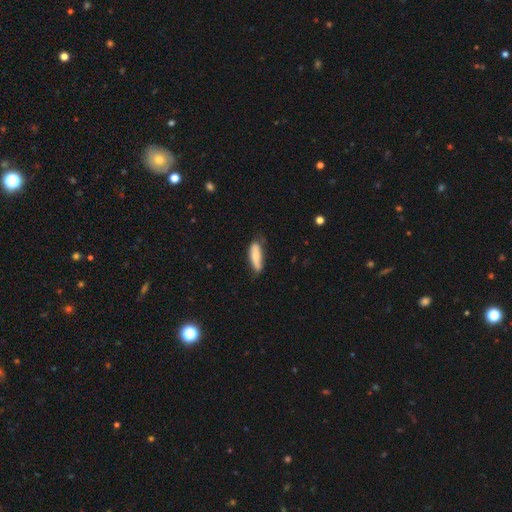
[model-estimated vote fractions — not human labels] Smooth or featured? smooth (74%)
How rounded? in between (50%)
Merging? none (62%)